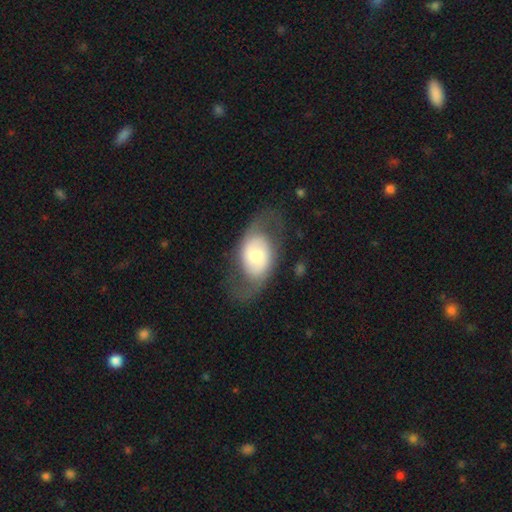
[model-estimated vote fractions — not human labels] Morphology: type=featured or disk (59%); edge-on=no (92%); bar=no (71%); spiral arms=yes (65%); bulge=moderate (47%); merging=none (67%).